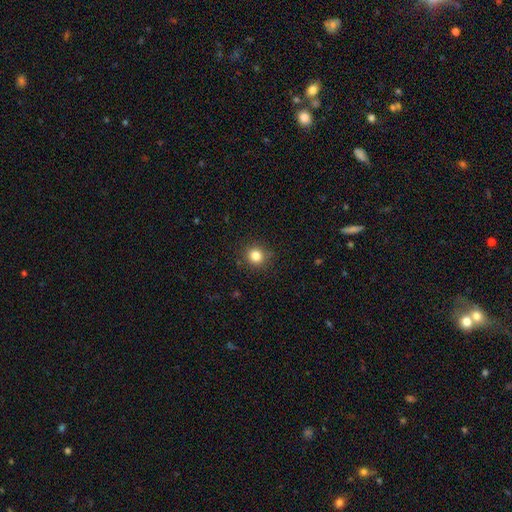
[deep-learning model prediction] A smooth galaxy with no disk features (83%) that is round (89%). Merging: none (88%).